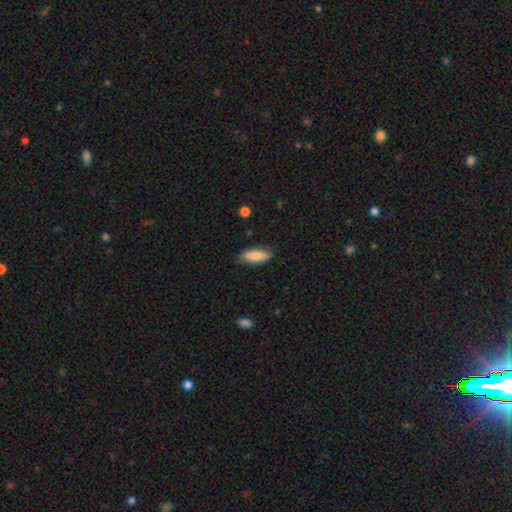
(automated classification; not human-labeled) smooth 84%, featured or disk 10%, star or artifact 6%. Down the decision tree: how rounded — in between (69%); merging — none (83%).